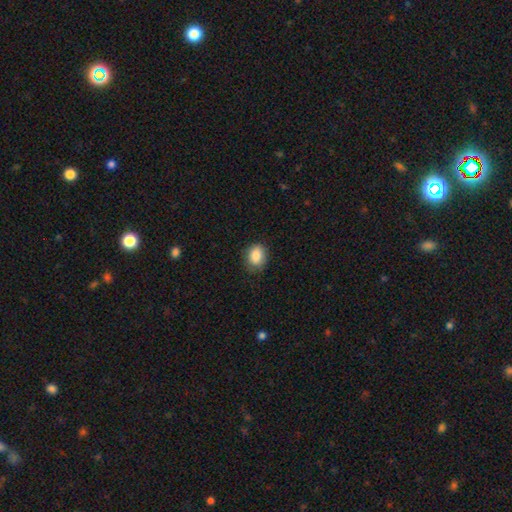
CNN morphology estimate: smooth-or-featured: smooth: 87% | star or artifact: 8% | featured or disk: 5%
  how-rounded: in between: 62% | round: 37% | cigar-shaped: 1%
  merging: none: 81% | minor disturbance: 15% | major disturbance: 3% | merger: 1%